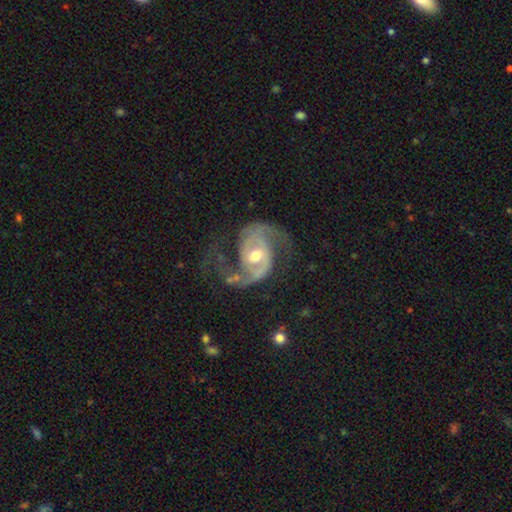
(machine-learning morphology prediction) featured or disk 92%, smooth 4%, star or artifact 4%. Down the decision tree: edge-on disk — no (98%); bar — weak (44%); spiral arms — yes (97%); spiral arm count — 2 (92%); spiral winding — medium (53%); bulge size — moderate (74%); merging — none (63%).